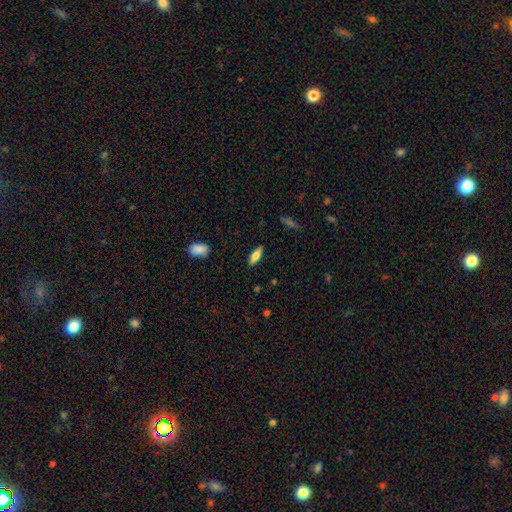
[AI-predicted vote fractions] This appears to be a smooth galaxy with no disk features (63%) that is in between round and cigar-shaped (64%). Merging: none (86%).